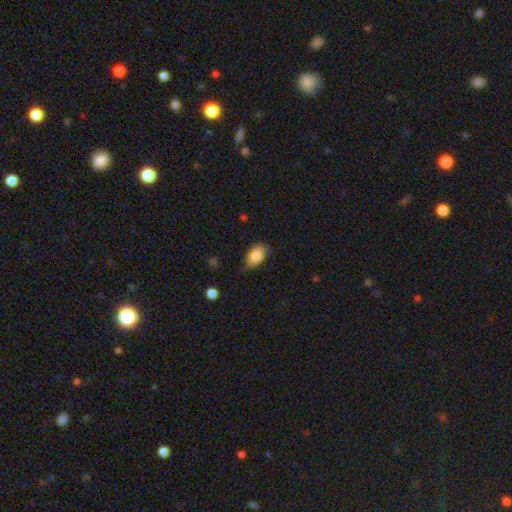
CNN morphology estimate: Overall: smooth (86%). How rounded: in between (92%). Merging: none (60%; minor disturbance 32%).